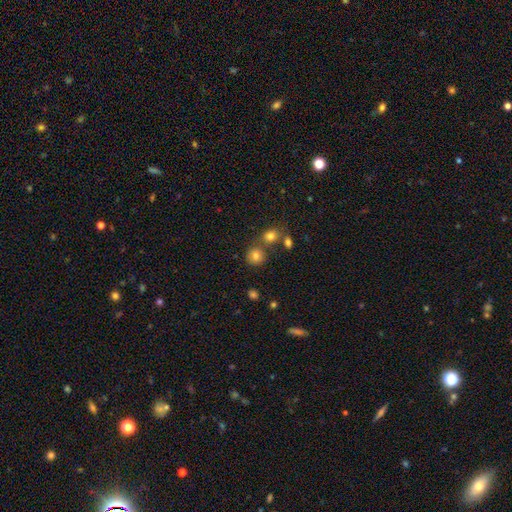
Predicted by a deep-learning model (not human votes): Morphology: type=smooth (78%); roundness=round (86%); merging=none (70%).